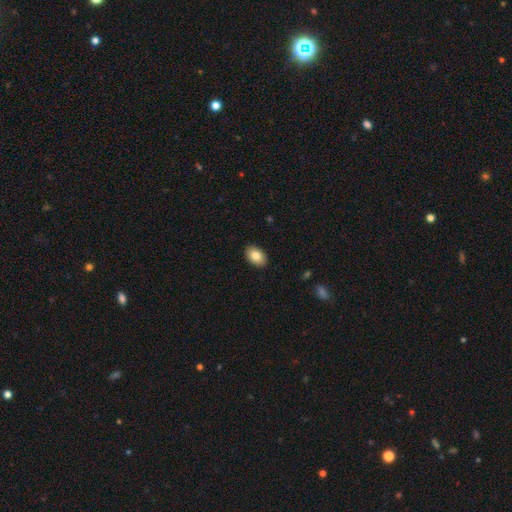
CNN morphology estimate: A smooth galaxy with no disk features (83%) that is in between round and cigar-shaped (87%). Merging: none (90%).